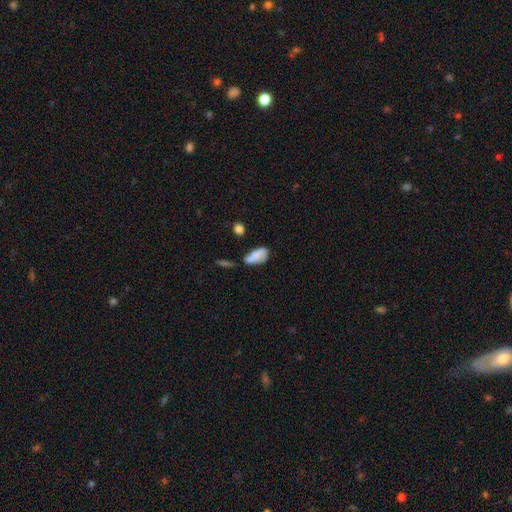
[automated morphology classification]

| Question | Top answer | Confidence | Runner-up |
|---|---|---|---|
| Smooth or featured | smooth | 58% | featured or disk (34%) |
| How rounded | in between | 88% | cigar-shaped (8%) |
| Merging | none | 43% | minor disturbance (30%) |